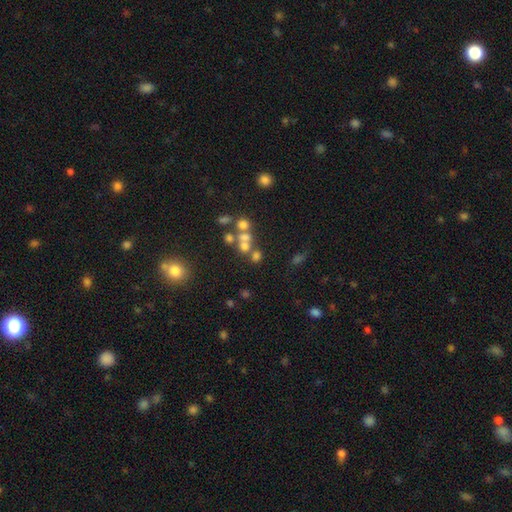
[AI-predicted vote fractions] Smooth or featured: smooth — 54% (star or artifact — 24%)
How rounded: round — 76% (in between — 22%)
Merging: merger — 43% (none — 42%)